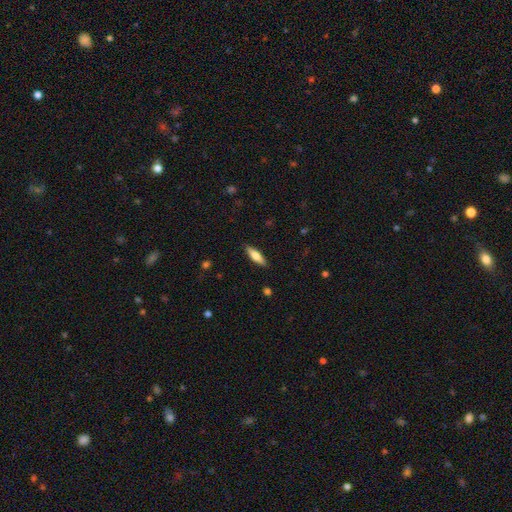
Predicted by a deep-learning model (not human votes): A smooth galaxy with no disk features (60%) that is cigar-shaped (61%). Merging: none (89%).